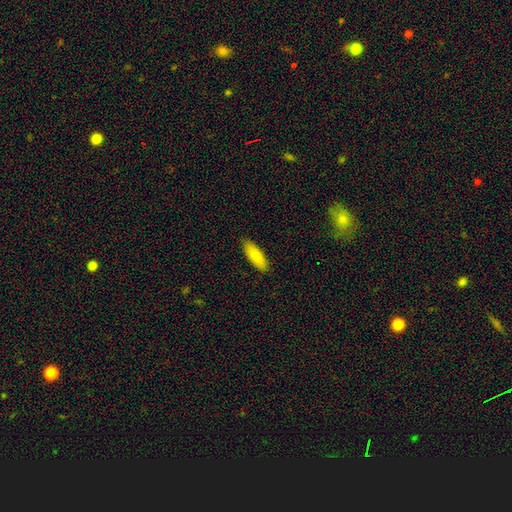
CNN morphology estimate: smooth 84%, featured or disk 11%, star or artifact 6%. Down the decision tree: how rounded — in between (61%); merging — none (89%).